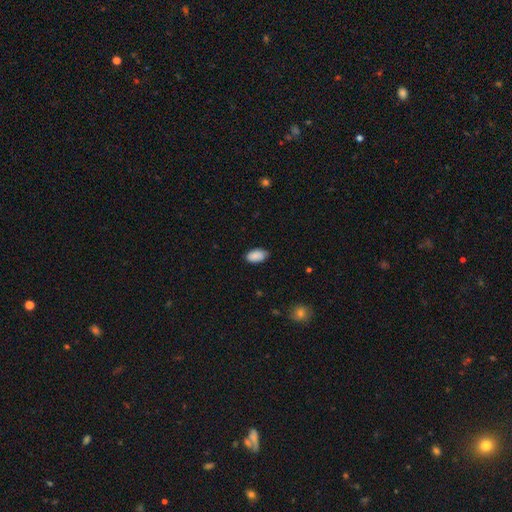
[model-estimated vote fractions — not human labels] Morphology: type=smooth (89%); roundness=in between (95%); merging=none (81%).